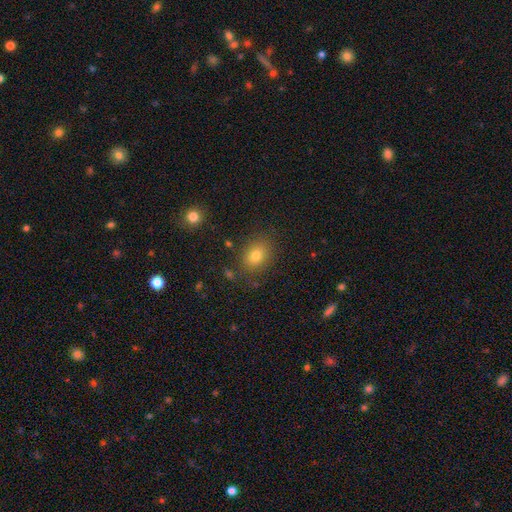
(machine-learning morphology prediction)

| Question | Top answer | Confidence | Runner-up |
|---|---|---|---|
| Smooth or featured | smooth | 78% | star or artifact (12%) |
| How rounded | in between | 64% | round (35%) |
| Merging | none | 83% | minor disturbance (11%) |